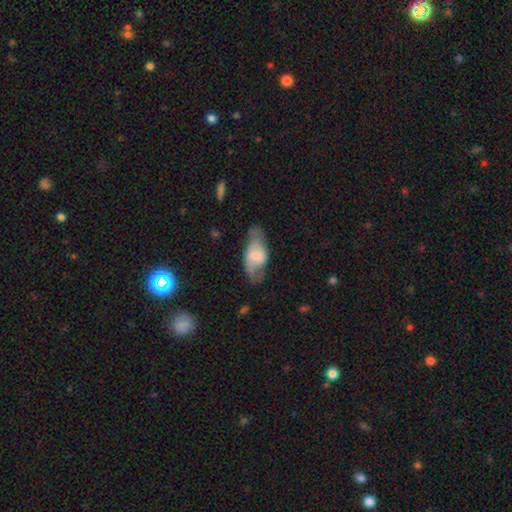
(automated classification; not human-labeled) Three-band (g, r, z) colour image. It shows a smooth galaxy with no disk features (52%) that is in between round and cigar-shaped (89%). Merging: none (46%).